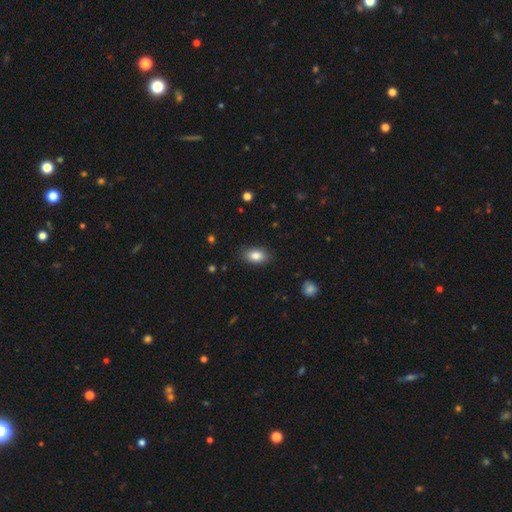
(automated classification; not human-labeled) Smooth or featured? smooth (85%)
How rounded? in between (88%)
Merging? none (86%)